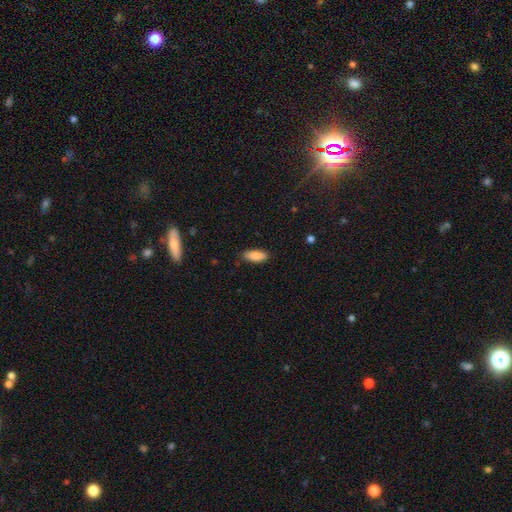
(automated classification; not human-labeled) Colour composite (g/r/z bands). It shows a smooth galaxy with no disk features (87%) that is in between round and cigar-shaped (82%). Merging: none (84%).